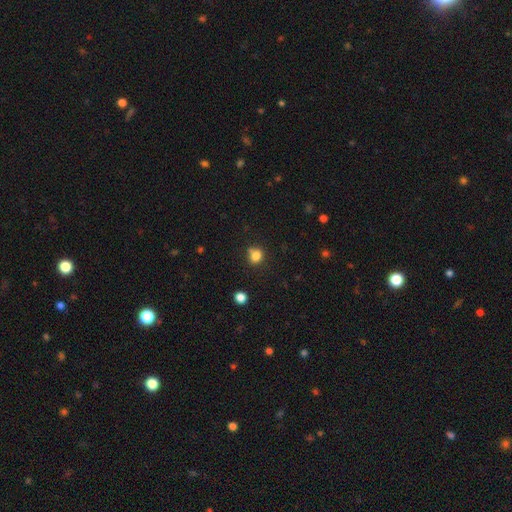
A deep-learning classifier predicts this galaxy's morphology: type=smooth (80%); roundness=round (72%); merging=none (63%).